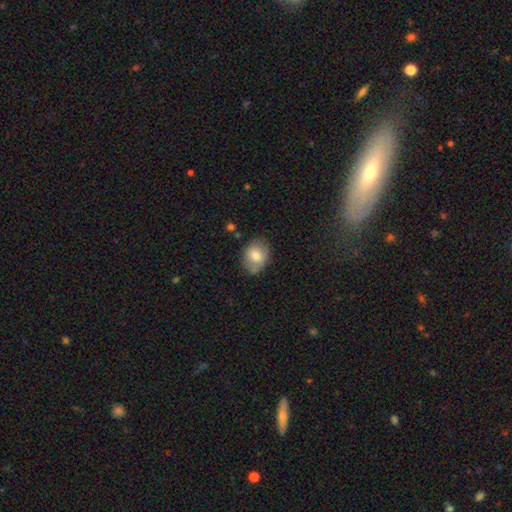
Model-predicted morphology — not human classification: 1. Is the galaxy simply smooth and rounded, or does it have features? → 76% smooth, 16% featured or disk, 8% star or artifact.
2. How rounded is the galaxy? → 62% in between, 37% round, 1% cigar-shaped.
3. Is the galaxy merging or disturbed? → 75% none, 19% minor disturbance, 4% major disturbance, 2% merger.